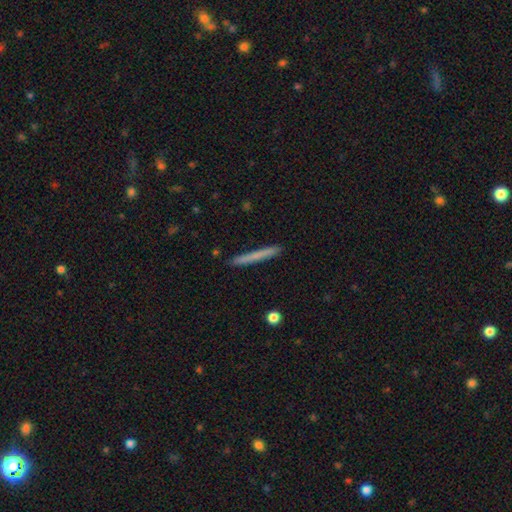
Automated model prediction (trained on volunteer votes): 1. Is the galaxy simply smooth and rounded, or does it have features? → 68% smooth, 26% featured or disk, 6% star or artifact.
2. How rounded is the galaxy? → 97% cigar-shaped, 2% in between, 1% round.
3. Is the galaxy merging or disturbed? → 90% none, 7% minor disturbance, 1% major disturbance, 1% merger.